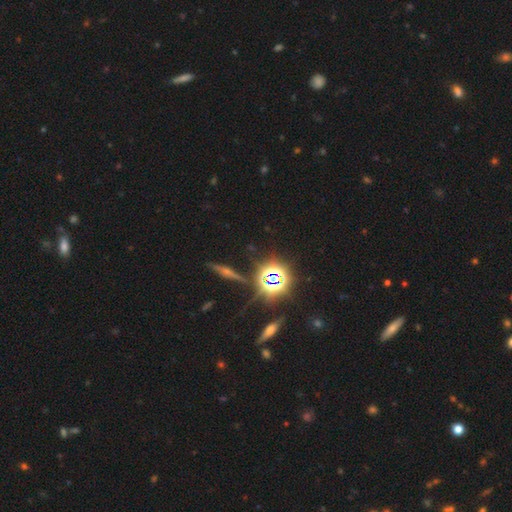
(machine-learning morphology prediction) Q: Smooth or featured?
A: star or artifact (73%); runner-up: smooth (16%)